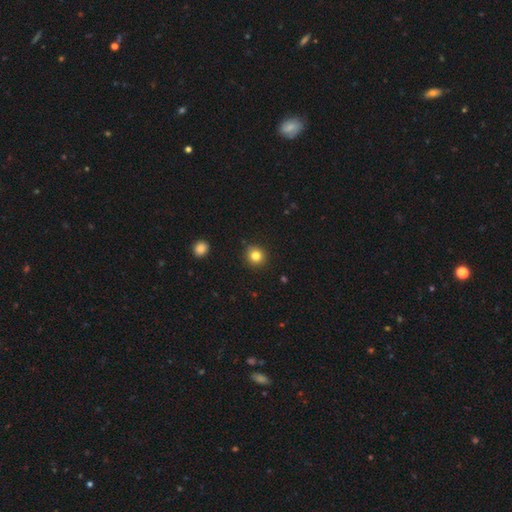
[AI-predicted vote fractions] Morphology: type=smooth (82%); roundness=round (89%); merging=none (90%).